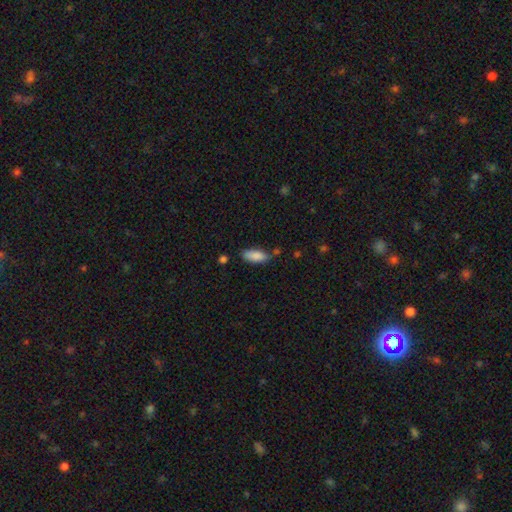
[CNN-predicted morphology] The model was most divided on "merging": none: 73%, minor disturbance: 18%, merger: 5%, major disturbance: 4%. More confident: smooth or featured — smooth (87%); how rounded — in between (80%).